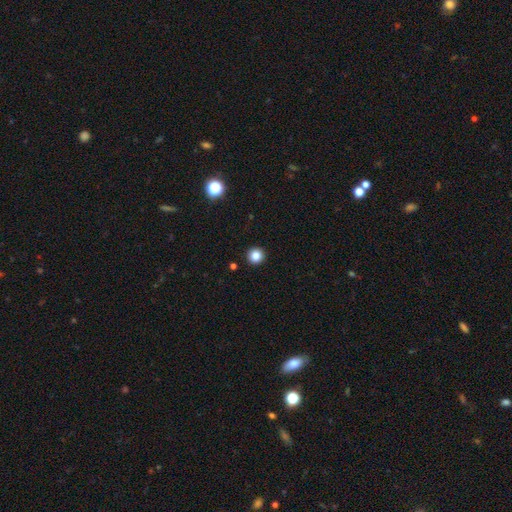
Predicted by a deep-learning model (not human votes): smooth-or-featured: smooth: 84% | star or artifact: 12% | featured or disk: 4%
  how-rounded: round: 96% | in between: 3% | cigar-shaped: 1%
  merging: none: 93% | minor disturbance: 4% | major disturbance: 1% | merger: 1%